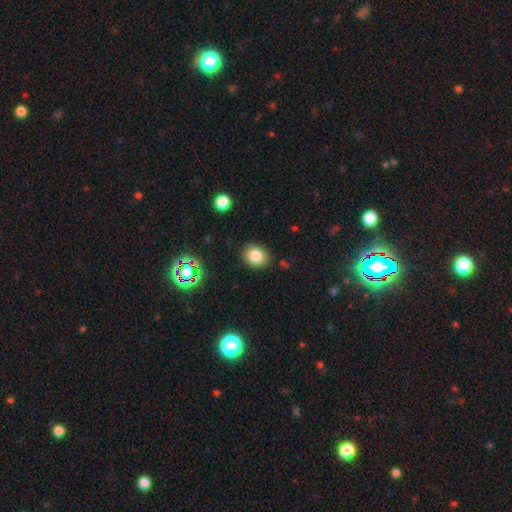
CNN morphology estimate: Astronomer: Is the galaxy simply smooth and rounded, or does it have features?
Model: smooth — 82%.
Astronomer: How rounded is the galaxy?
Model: round — 63%.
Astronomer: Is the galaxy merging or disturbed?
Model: none — 86%.